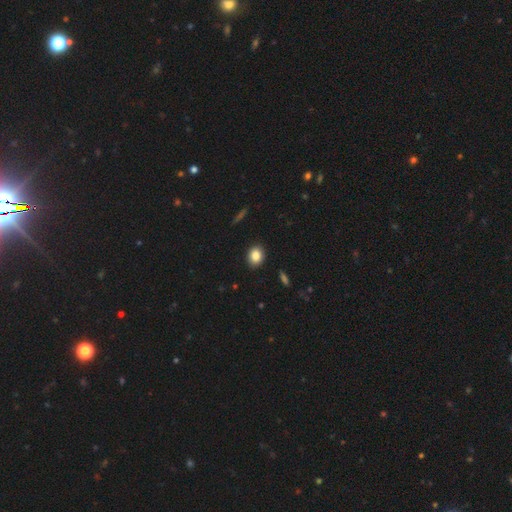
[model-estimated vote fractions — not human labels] smooth-or-featured: smooth: 84% | star or artifact: 9% | featured or disk: 7%
  how-rounded: in between: 51% | round: 48% | cigar-shaped: 1%
  merging: none: 90% | minor disturbance: 7% | major disturbance: 2% | merger: 1%